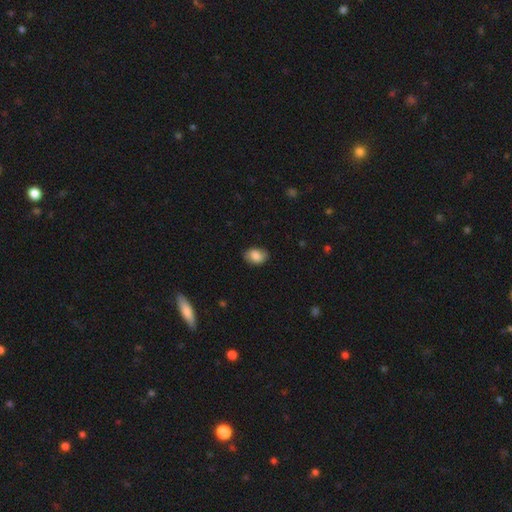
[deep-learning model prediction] Overall: smooth (82%). How rounded: in between (82%). Merging: none (81%).